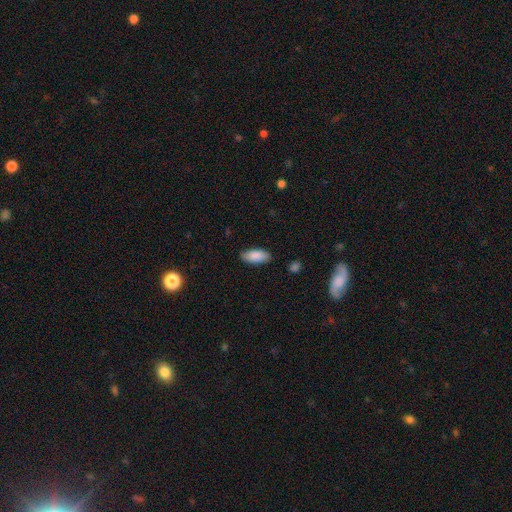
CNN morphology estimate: A smooth galaxy with no disk features (88%) that is in between round and cigar-shaped (86%).

Vote fractions:
- Smooth or featured? smooth: 88% / featured or disk: 6% / star or artifact: 6%
- How rounded? in between: 86% / cigar-shaped: 13% / round: 2%
- Merging? none: 84% / minor disturbance: 12% / major disturbance: 2% / merger: 1%